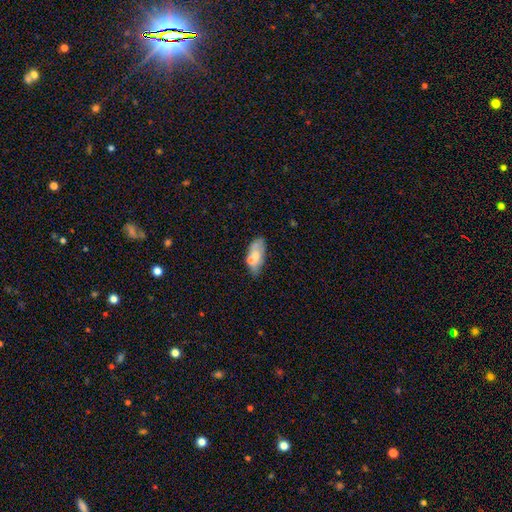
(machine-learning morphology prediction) Overall: smooth (66%; featured or disk 27%). How rounded: in between (86%). Merging: none (51%; minor disturbance 21%).